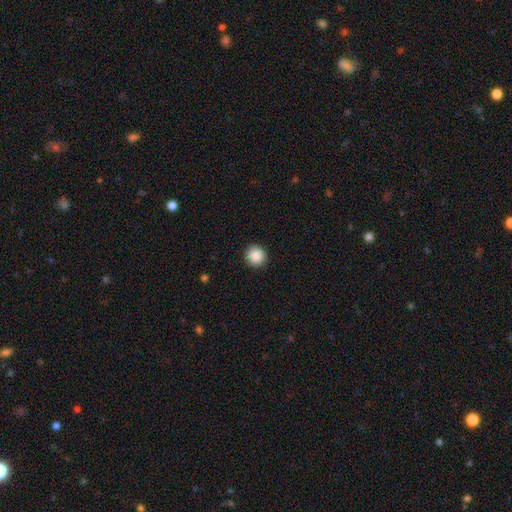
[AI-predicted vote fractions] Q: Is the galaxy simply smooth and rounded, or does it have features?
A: smooth — 88%.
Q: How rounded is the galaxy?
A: round — 95%.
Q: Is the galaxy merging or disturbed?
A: none — 92%.